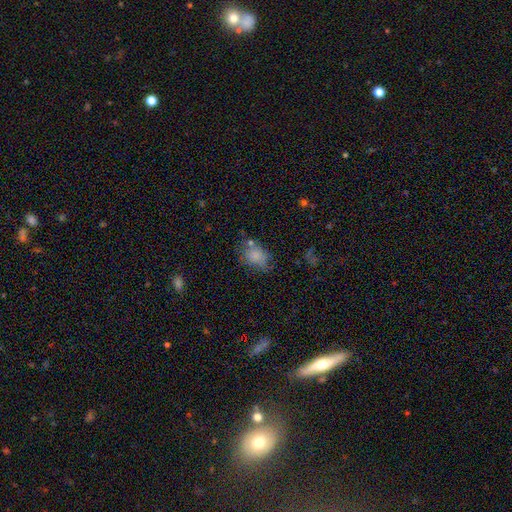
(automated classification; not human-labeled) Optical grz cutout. It shows a smooth galaxy with no disk features (76%) that is in between round and cigar-shaped (67%). Merging: none (51%).